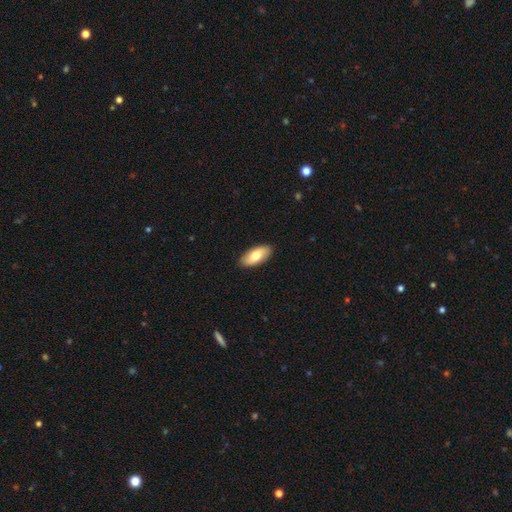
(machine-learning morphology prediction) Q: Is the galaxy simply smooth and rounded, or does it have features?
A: smooth — 73%.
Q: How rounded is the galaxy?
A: in between — 90%.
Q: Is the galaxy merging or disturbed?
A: none — 90%.